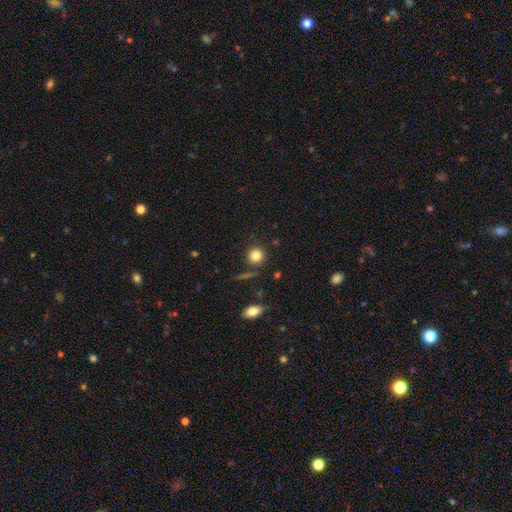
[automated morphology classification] Smooth or featured? smooth (83%)
How rounded? round (91%)
Merging? none (84%)